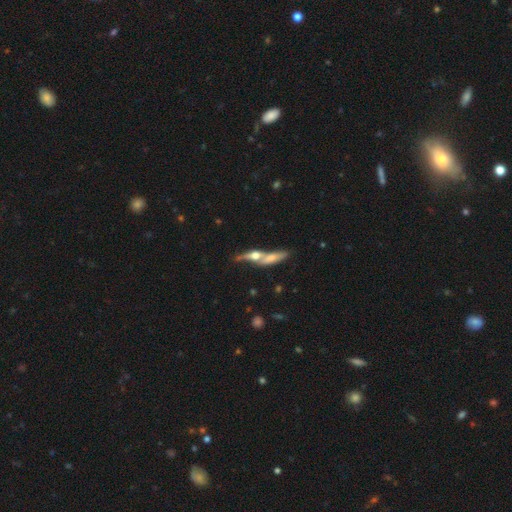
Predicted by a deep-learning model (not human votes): Smooth or featured? Predicted: featured or disk (p=0.54). Edge-on disk? Predicted: yes (p=0.76). Merging? Predicted: merger (p=0.56).